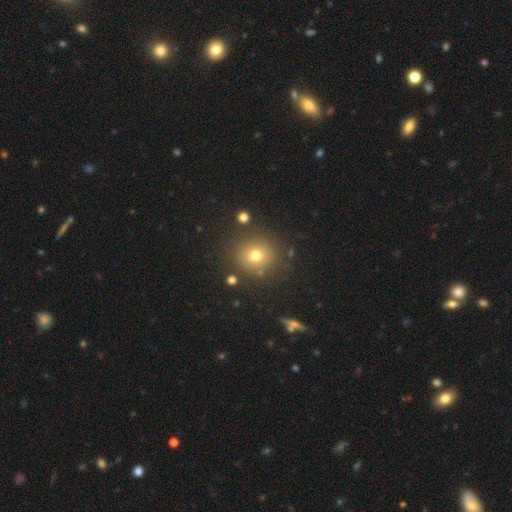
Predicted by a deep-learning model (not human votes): The model was most divided on "smooth or featured": smooth: 70%, star or artifact: 19%, featured or disk: 11%. More confident: how rounded — round (90%); merging — none (85%).